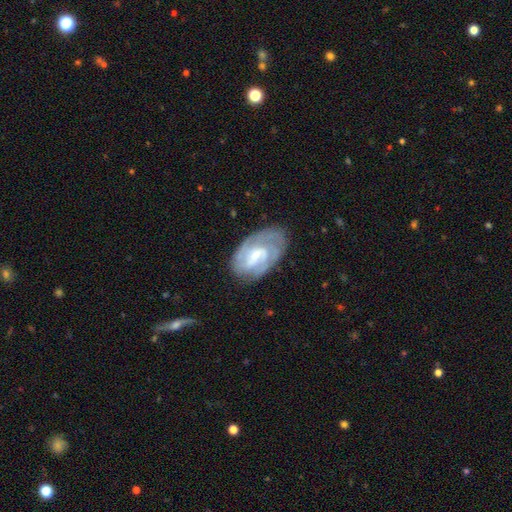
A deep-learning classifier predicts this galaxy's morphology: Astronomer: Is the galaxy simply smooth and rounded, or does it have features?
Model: featured or disk — 77%.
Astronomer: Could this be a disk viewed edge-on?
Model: no — 96%.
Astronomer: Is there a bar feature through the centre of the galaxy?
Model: weak — 54%.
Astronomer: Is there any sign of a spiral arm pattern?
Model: yes — 91%.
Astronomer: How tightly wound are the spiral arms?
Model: tight — 53% (runner-up: medium, 36%).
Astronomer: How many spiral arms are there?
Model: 2 — 47% (runner-up: can't tell, 28%).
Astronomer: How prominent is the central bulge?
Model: small — 49% (runner-up: moderate, 38%).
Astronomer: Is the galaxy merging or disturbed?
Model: none — 66%.